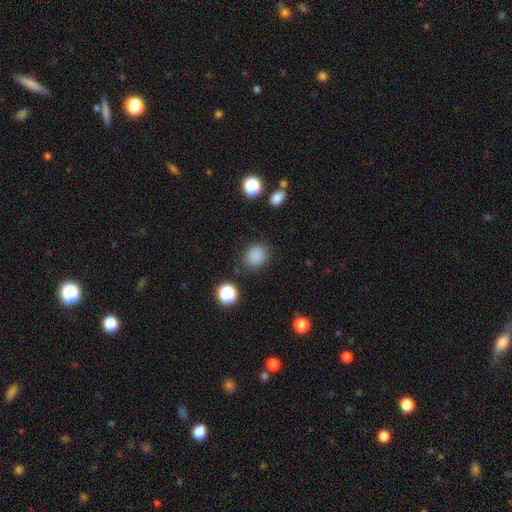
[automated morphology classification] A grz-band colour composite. It shows a smooth galaxy with no disk features (84%) that is round (75%). Merging: none (84%).